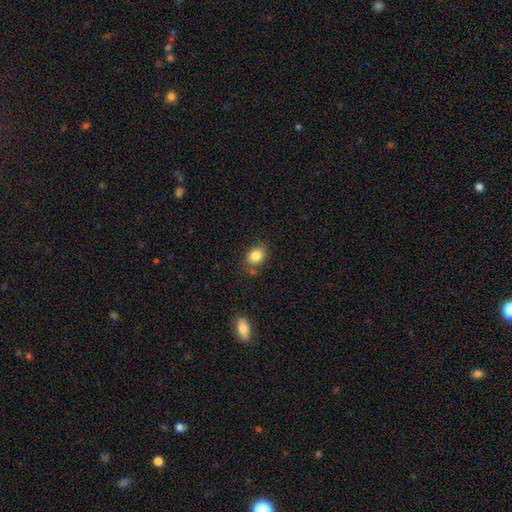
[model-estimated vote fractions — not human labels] smooth 83%, star or artifact 9%, featured or disk 7%. Down the decision tree: how rounded — in between (60%); merging — none (71%).